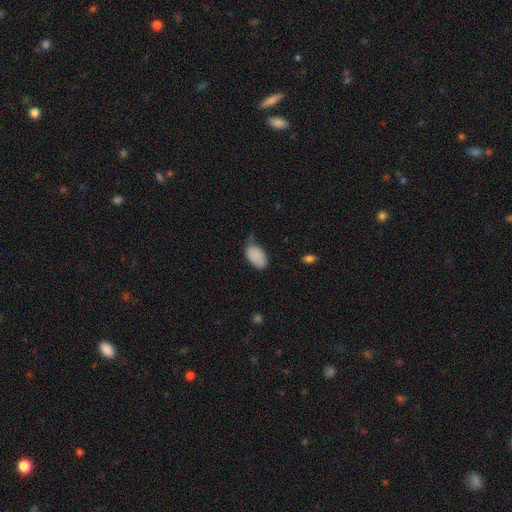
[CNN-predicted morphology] Q: Smooth or featured?
A: smooth (87%); runner-up: star or artifact (7%)
Q: How rounded?
A: in between (93%); runner-up: round (6%)
Q: Merging?
A: none (45%); runner-up: minor disturbance (42%)